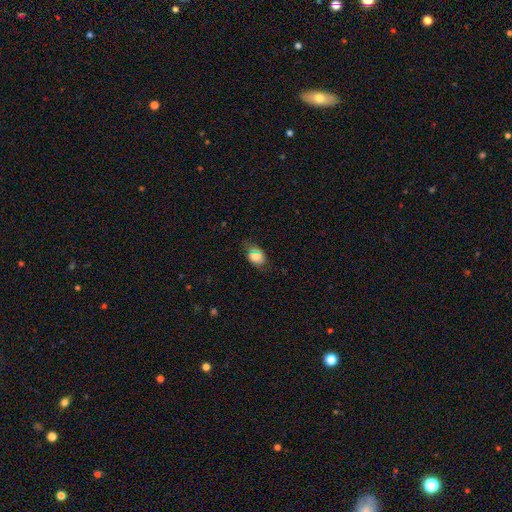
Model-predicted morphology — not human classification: type=smooth (67%); roundness=in between (83%); merging=none (72%).